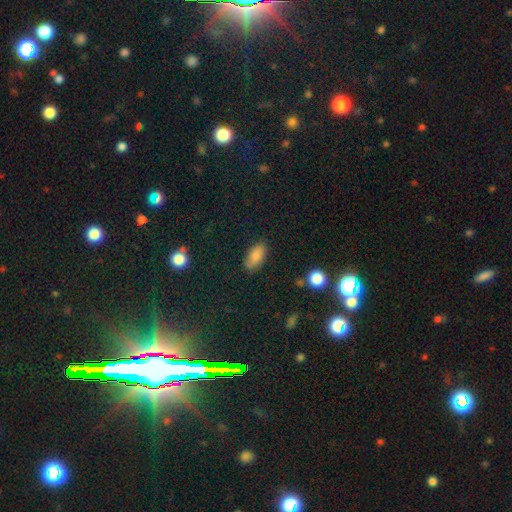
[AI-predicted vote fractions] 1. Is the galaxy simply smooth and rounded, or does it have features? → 85% smooth, 8% star or artifact, 6% featured or disk.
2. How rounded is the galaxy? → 91% in between, 5% cigar-shaped, 3% round.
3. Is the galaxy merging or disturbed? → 82% none, 14% minor disturbance, 3% major disturbance, 1% merger.